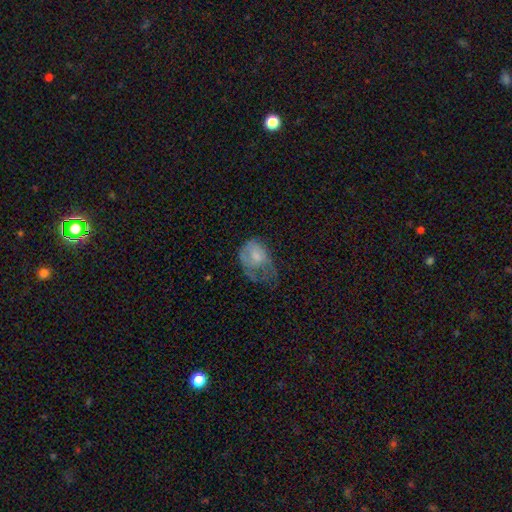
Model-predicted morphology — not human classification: A smooth galaxy with no disk features (57%) that is in between round and cigar-shaped (68%).

Vote fractions:
- Smooth or featured? smooth: 57% / featured or disk: 34% / star or artifact: 8%
- How rounded? in between: 68% / round: 31% / cigar-shaped: 1%
- Merging? major disturbance: 49% / minor disturbance: 29% / none: 19% / merger: 2%